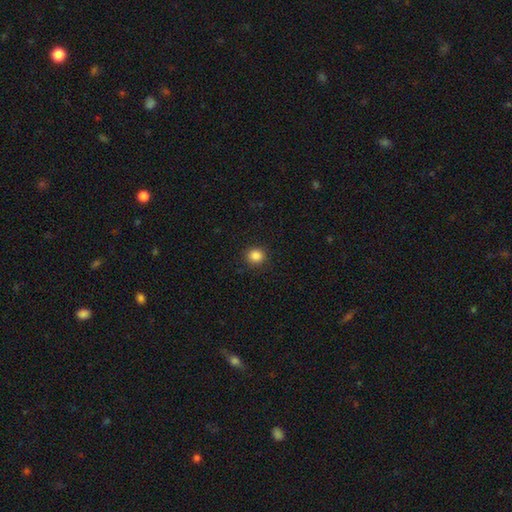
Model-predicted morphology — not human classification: smooth 86%, star or artifact 11%, featured or disk 4%. Down the decision tree: how rounded — round (89%); merging — none (90%).